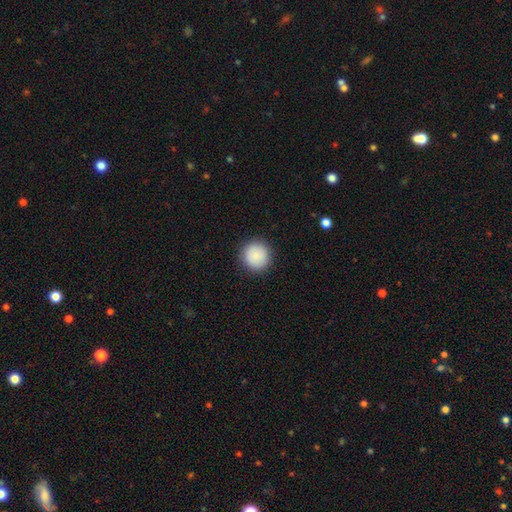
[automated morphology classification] Smooth or featured? Predicted: smooth (p=0.89). How rounded? Predicted: round (p=0.95). Merging? Predicted: none (p=0.92).